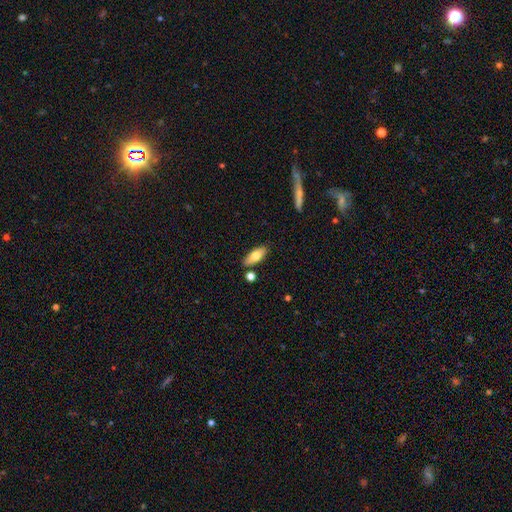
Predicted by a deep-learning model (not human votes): smooth_or_featured: smooth (p=0.70) [alt: featured or disk p=0.23]
how_rounded: in between (p=0.78) [alt: cigar-shaped p=0.19]
merging: none (p=0.81) [alt: minor disturbance p=0.11]